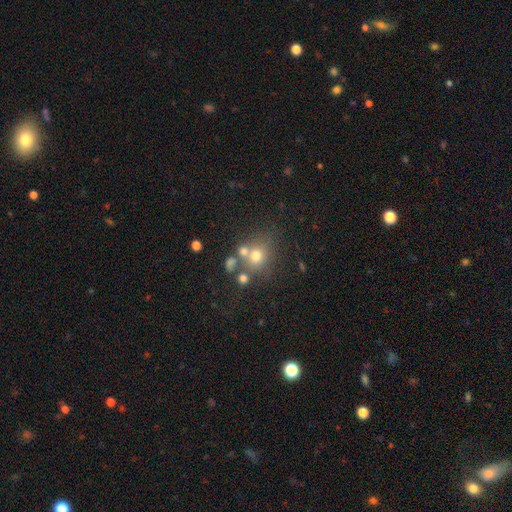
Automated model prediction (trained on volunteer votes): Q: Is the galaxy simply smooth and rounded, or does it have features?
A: smooth — 65%.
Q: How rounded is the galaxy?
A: round — 78%.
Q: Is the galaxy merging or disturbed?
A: none — 54%.